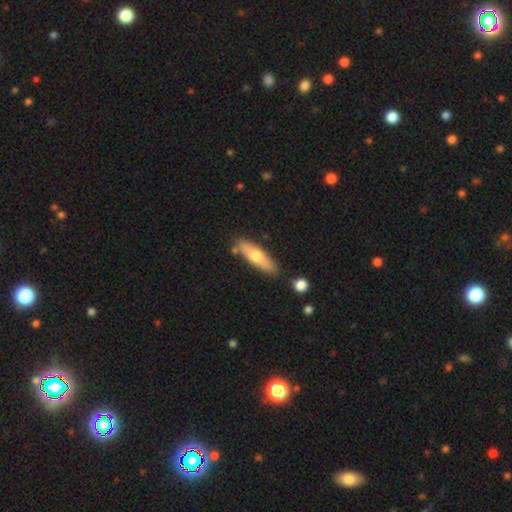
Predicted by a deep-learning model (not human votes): Smooth or featured?
  - smooth: 59% *
  - featured or disk: 36%
  - star or artifact: 5%
How rounded?
  - cigar-shaped: 61% *
  - in between: 37%
  - round: 2%
Merging?
  - none: 80% *
  - minor disturbance: 13%
  - merger: 5%
  - major disturbance: 3%